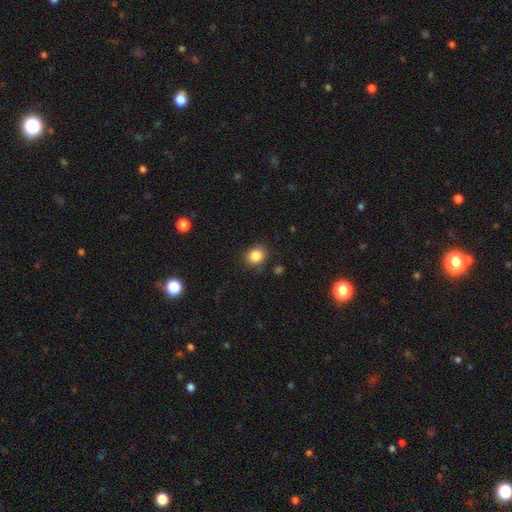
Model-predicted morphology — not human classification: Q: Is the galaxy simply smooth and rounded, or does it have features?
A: smooth — 85%.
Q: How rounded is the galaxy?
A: round — 77%.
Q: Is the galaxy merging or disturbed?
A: none — 83%.